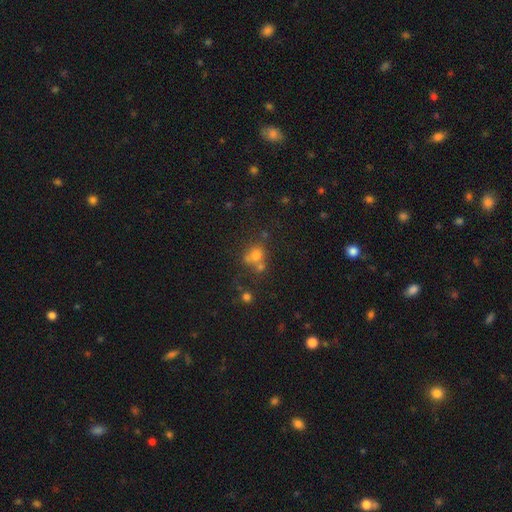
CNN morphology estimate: Smooth or featured? Predicted: smooth (p=0.62). How rounded? Predicted: round (p=0.75). Merging? Predicted: none (p=0.44).